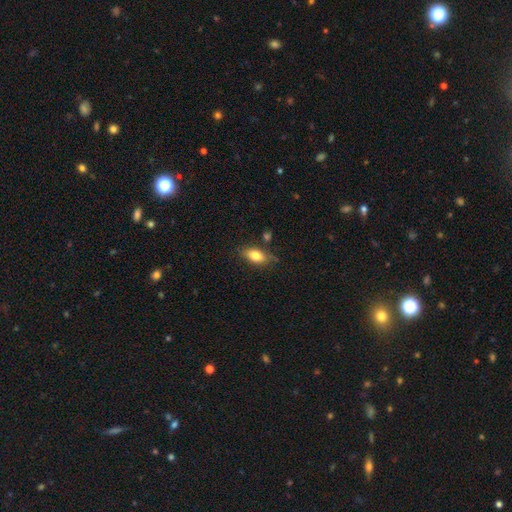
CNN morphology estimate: A smooth galaxy with no disk features (78%) that is in between round and cigar-shaped (86%).

Vote fractions:
- Smooth or featured? smooth: 78% / featured or disk: 14% / star or artifact: 8%
- How rounded? in between: 86% / cigar-shaped: 7% / round: 7%
- Merging? none: 72% / minor disturbance: 20% / merger: 5% / major disturbance: 4%